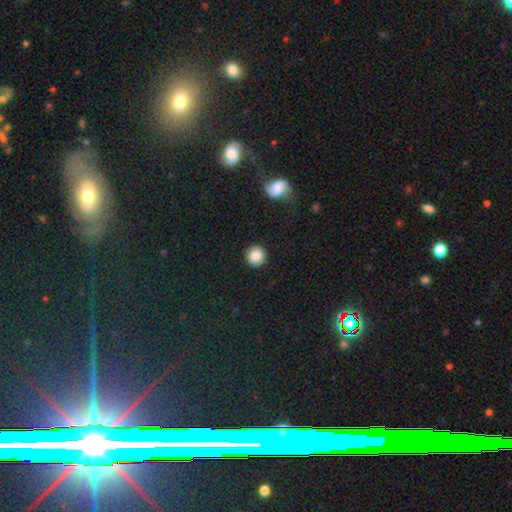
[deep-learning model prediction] Smooth or featured?
  - smooth: 87% *
  - star or artifact: 8%
  - featured or disk: 4%
How rounded?
  - round: 94% *
  - in between: 5%
  - cigar-shaped: 1%
Merging?
  - none: 91% *
  - minor disturbance: 5%
  - major disturbance: 2%
  - merger: 1%